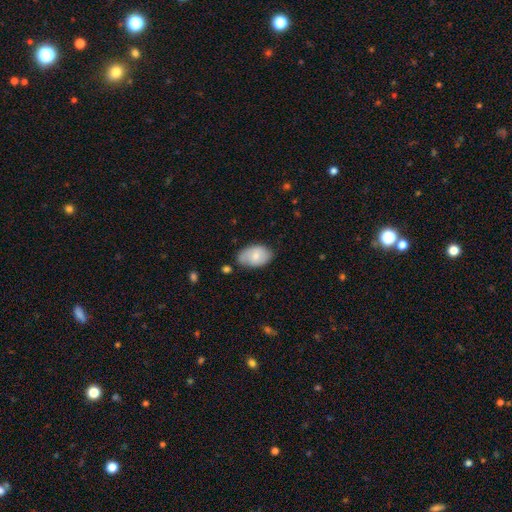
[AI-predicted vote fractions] smooth-or-featured: smooth: 69% | featured or disk: 24% | star or artifact: 7%
  how-rounded: in between: 90% | round: 8% | cigar-shaped: 1%
  merging: none: 66% | minor disturbance: 26% | major disturbance: 5% | merger: 3%